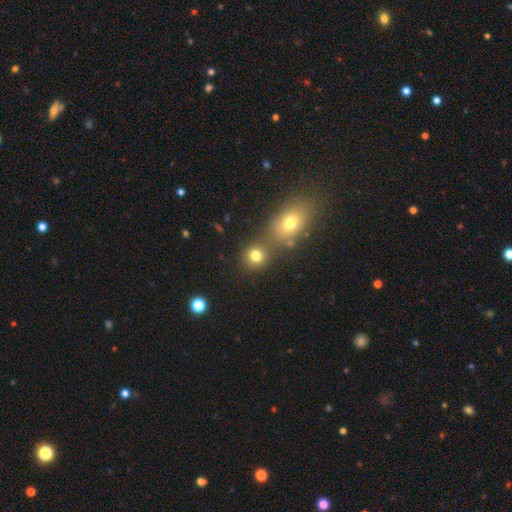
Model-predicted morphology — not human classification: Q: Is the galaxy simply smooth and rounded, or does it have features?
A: smooth — 79%.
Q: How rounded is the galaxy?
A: round — 82%.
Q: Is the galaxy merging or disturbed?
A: none — 61%.